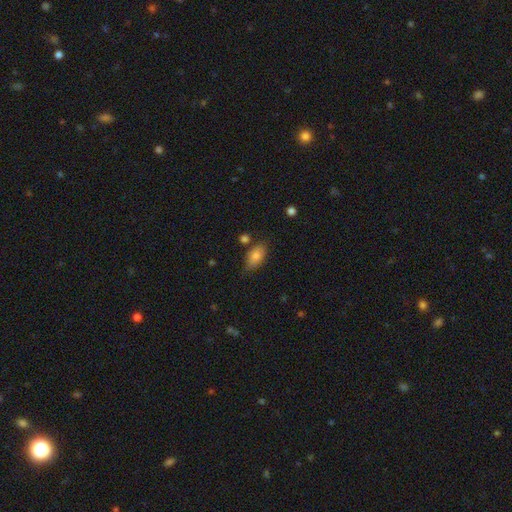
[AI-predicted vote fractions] This is likely a smooth galaxy (79%). How rounded: clearly in between (90%). Merging: likely none (73%).